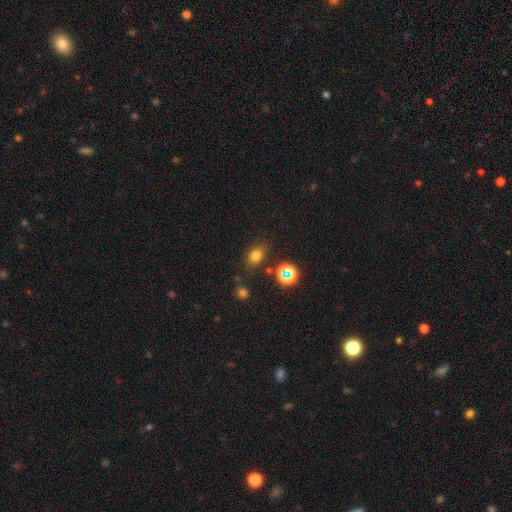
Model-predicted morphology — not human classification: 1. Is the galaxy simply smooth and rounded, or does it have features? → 72% smooth, 20% star or artifact, 8% featured or disk.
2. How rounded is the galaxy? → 64% in between, 34% round, 2% cigar-shaped.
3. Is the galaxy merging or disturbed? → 76% none, 15% minor disturbance, 5% merger, 5% major disturbance.